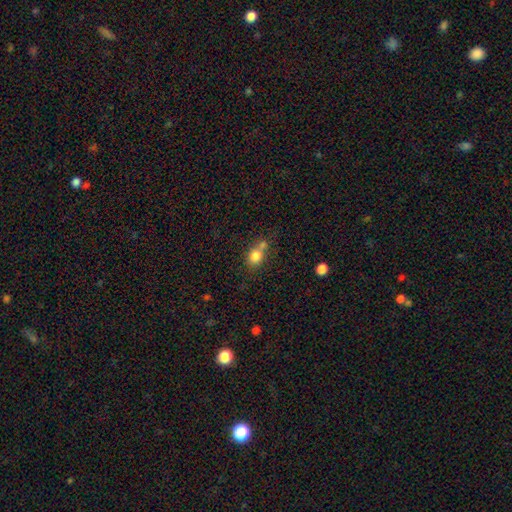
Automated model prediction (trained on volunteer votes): A smooth galaxy with no disk features (80%) that is round (63%).

Vote fractions:
- Smooth or featured? smooth: 80% / star or artifact: 11% / featured or disk: 9%
- How rounded? round: 63% / in between: 35% / cigar-shaped: 1%
- Merging? none: 43% / merger: 41% / minor disturbance: 12% / major disturbance: 5%